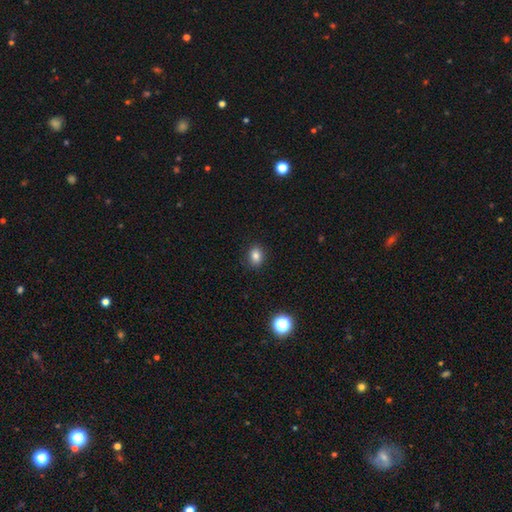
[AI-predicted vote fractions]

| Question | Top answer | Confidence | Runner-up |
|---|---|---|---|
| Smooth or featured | smooth | 82% | star or artifact (12%) |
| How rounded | in between | 59% | round (40%) |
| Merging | none | 88% | minor disturbance (8%) |